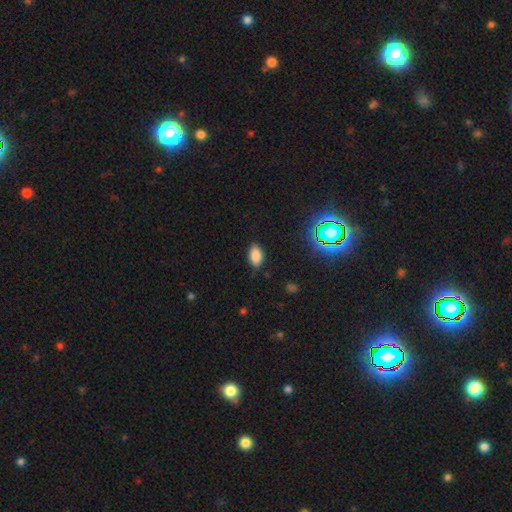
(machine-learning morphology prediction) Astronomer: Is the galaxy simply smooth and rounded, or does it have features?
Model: smooth — 83%.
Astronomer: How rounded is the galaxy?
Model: in between — 92%.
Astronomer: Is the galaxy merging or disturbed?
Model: none — 82%.